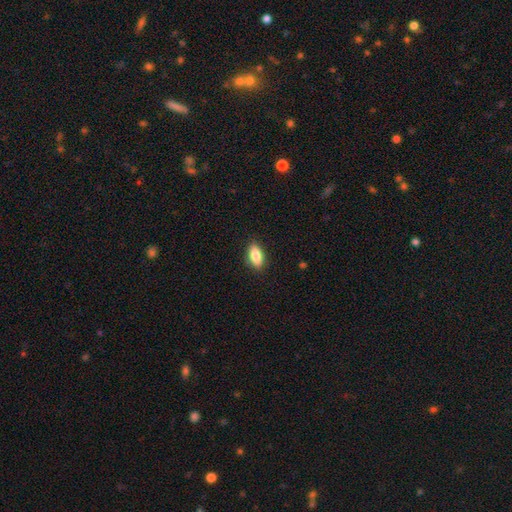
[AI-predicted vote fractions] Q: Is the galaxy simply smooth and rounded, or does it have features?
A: smooth — 83%.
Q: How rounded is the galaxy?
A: in between — 85%.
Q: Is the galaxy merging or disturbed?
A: none — 87%.